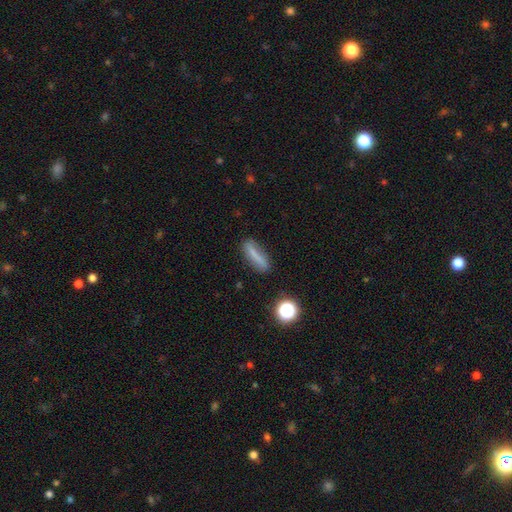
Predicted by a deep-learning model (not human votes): Overall: smooth (67%). How rounded: cigar-shaped (68%; in between 28%). Merging: none (78%).